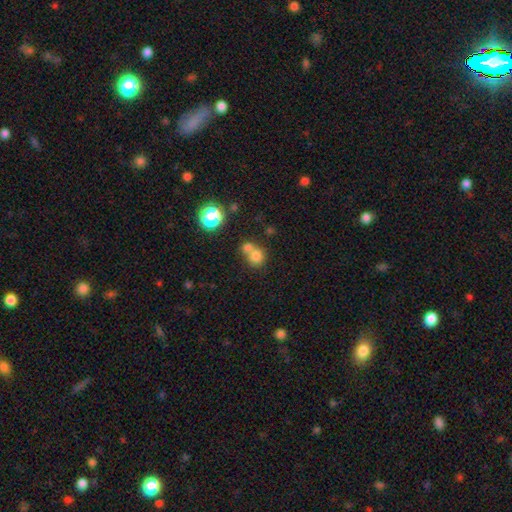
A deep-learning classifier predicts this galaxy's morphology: This appears to be a smooth galaxy with no disk features (75%) that is round (83%). Merging: merger (52%).